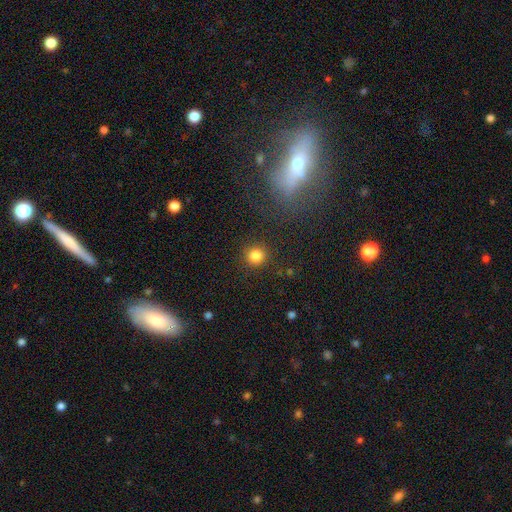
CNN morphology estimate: type=smooth (83%); roundness=round (93%); merging=none (90%).